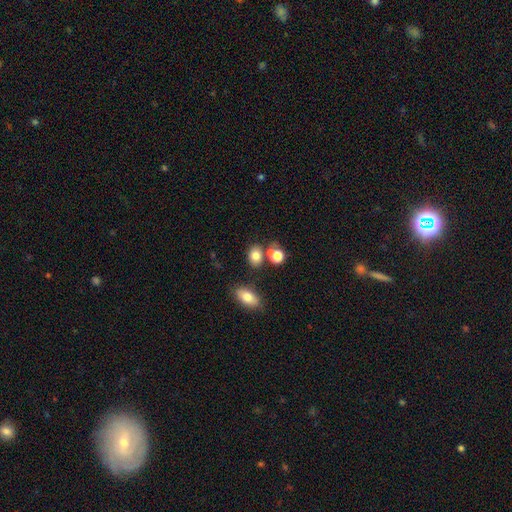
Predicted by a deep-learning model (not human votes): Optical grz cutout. It shows a smooth galaxy with no disk features (79%) that is in between round and cigar-shaped (58%). Merging: none (63%).